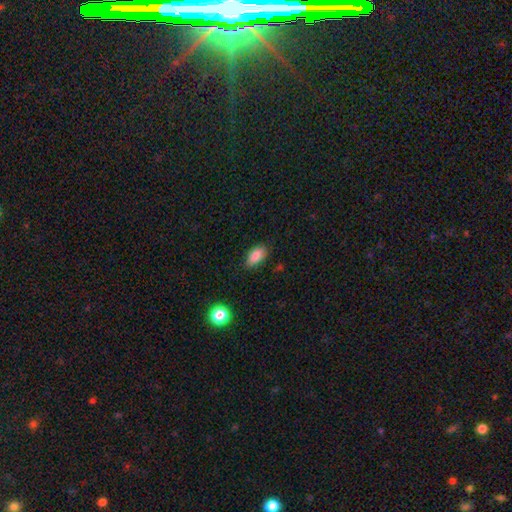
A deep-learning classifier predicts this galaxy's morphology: Smooth or featured: smooth — 87% (star or artifact — 8%)
How rounded: in between — 91% (round — 5%)
Merging: none — 82% (minor disturbance — 14%)